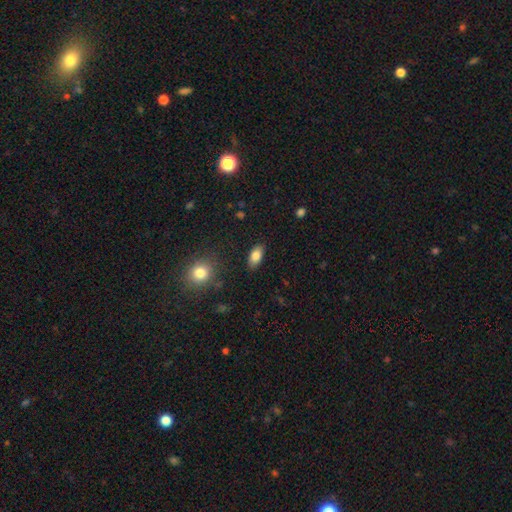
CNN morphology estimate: This appears to be a smooth galaxy with no disk features (83%) that is in between round and cigar-shaped (91%). Merging: none (86%).